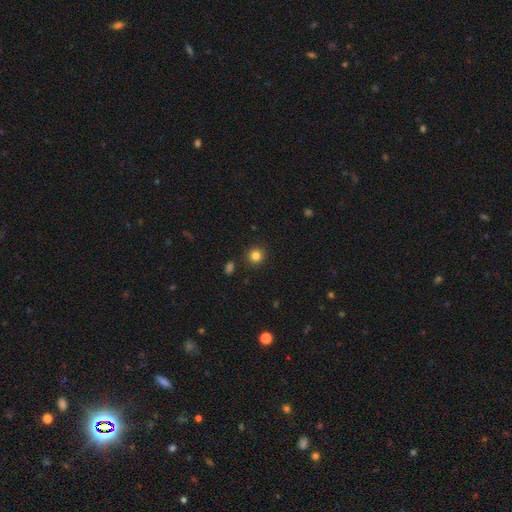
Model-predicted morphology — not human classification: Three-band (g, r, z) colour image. It shows a smooth galaxy with no disk features (83%) that is round (92%). Merging: none (90%).